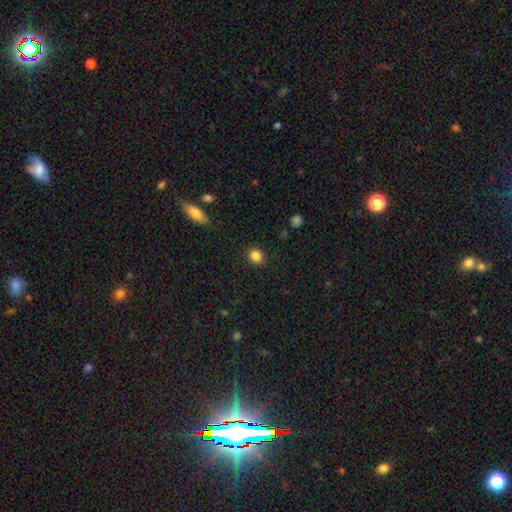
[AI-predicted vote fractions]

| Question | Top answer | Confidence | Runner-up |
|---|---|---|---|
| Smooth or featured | smooth | 86% | star or artifact (10%) |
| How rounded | round | 61% | in between (37%) |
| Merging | none | 88% | minor disturbance (8%) |